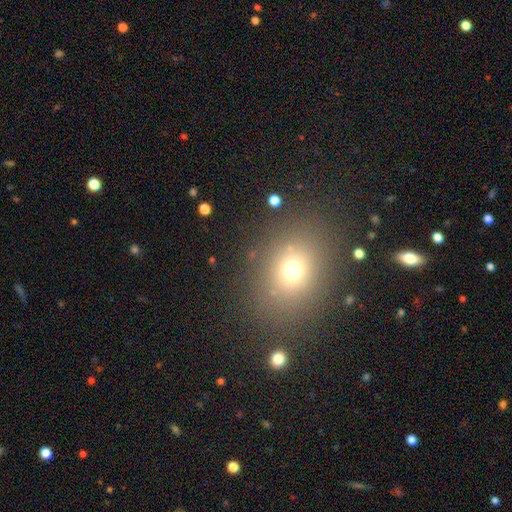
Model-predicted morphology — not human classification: This is likely a smooth galaxy (65%). How rounded: possibly in between (53%). Merging: clearly none (85%).